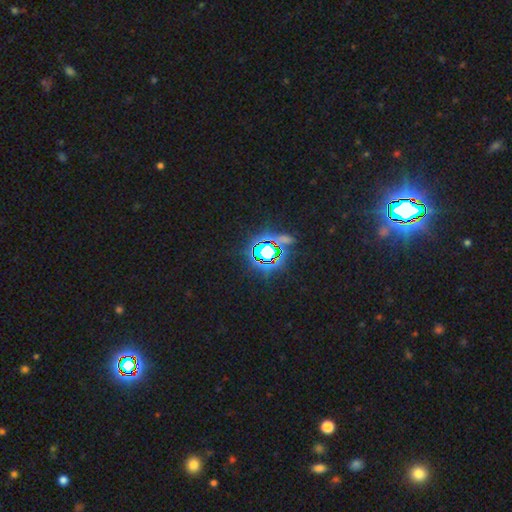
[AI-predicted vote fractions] smooth_or_featured: star or artifact (p=0.78) [alt: smooth p=0.14]